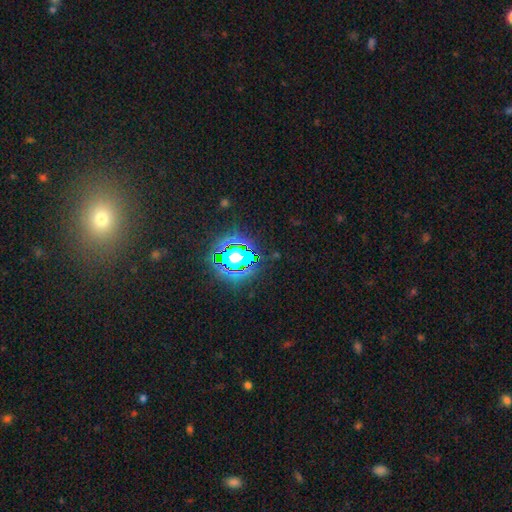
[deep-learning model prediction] Morphology: type=star or artifact (80%).